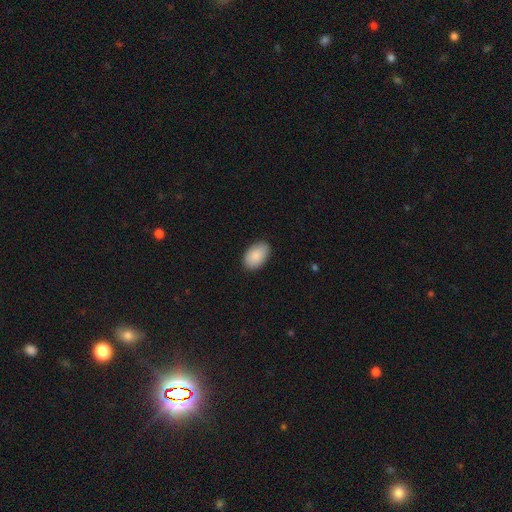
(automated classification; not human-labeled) A smooth galaxy with no disk features (89%) that is in between round and cigar-shaped (94%). Merging: none (86%).